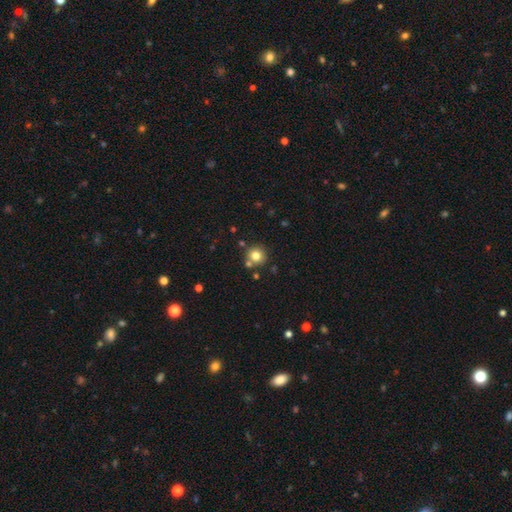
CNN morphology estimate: Smooth or featured? Predicted: smooth (p=0.79). How rounded? Predicted: round (p=0.92). Merging? Predicted: none (p=0.76).